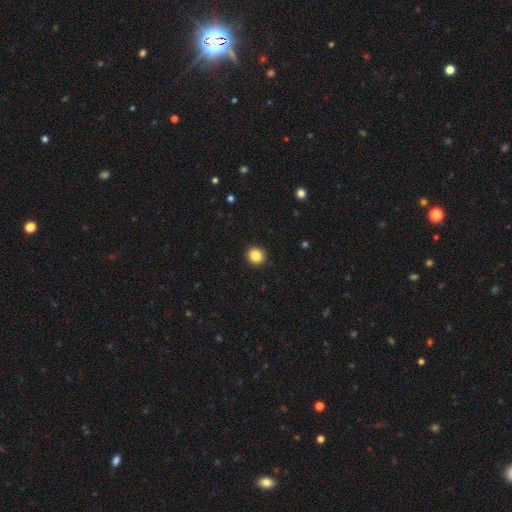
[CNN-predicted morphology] Smooth or featured: smooth — 87% (star or artifact — 9%)
How rounded: round — 79% (in between — 20%)
Merging: none — 92% (minor disturbance — 6%)